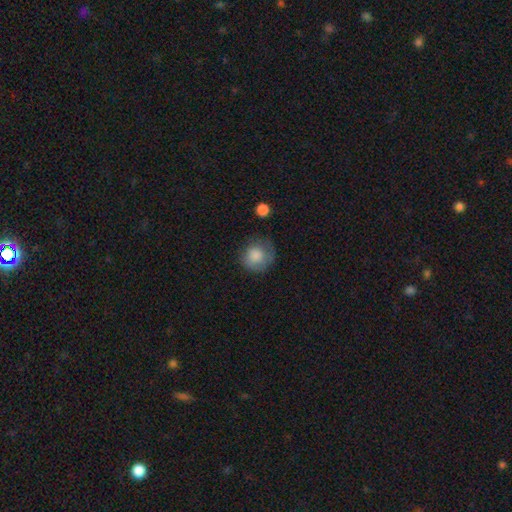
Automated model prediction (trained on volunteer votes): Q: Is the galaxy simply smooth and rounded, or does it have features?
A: smooth — 80%.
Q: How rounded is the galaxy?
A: round — 87%.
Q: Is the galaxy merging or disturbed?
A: none — 60%.